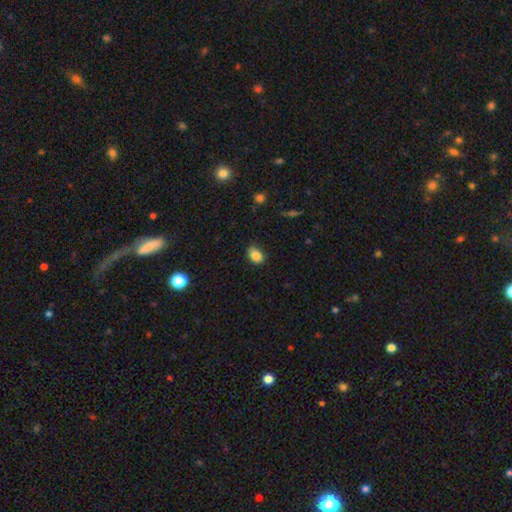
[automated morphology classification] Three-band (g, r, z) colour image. It shows a smooth galaxy with no disk features (85%) that is in between round and cigar-shaped (70%). Merging: none (73%).